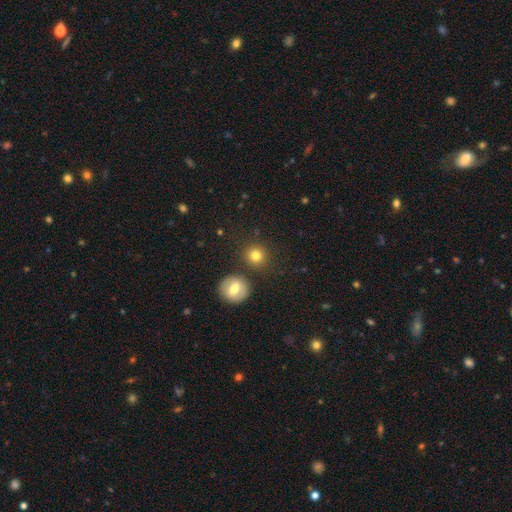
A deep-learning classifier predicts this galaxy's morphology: Smooth or featured? smooth (79%)
How rounded? round (89%)
Merging? none (81%)